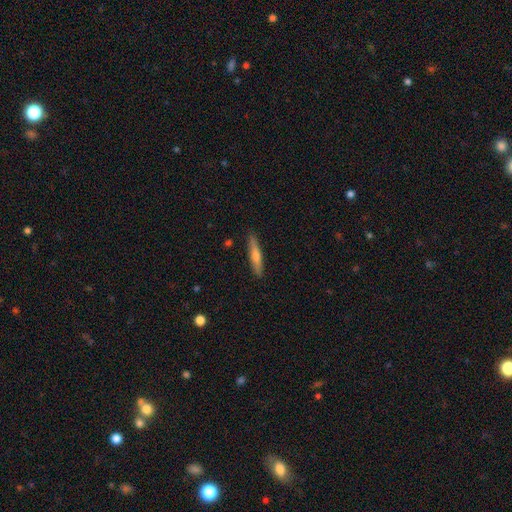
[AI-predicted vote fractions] Smooth or featured: featured or disk — 49% (smooth — 45%)
Merging: none — 90% (minor disturbance — 8%)